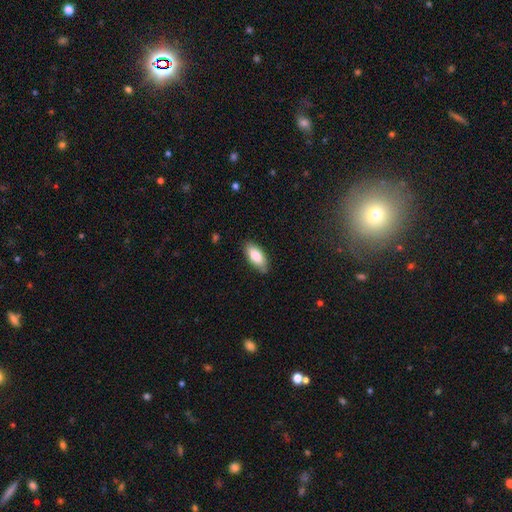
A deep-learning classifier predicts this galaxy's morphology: Smooth or featured? smooth (83%)
How rounded? in between (87%)
Merging? none (81%)